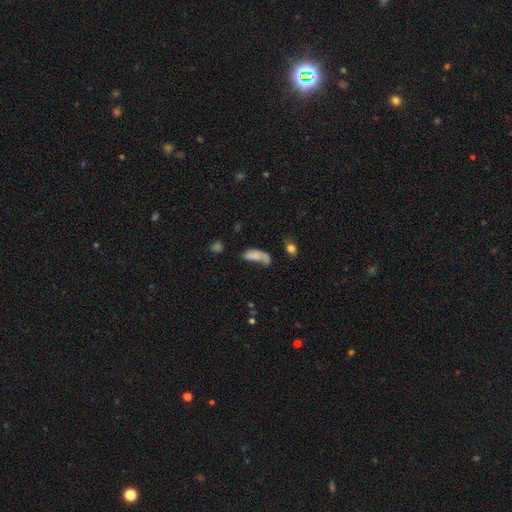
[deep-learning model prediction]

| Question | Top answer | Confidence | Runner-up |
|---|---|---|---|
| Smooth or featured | smooth | 65% | featured or disk (22%) |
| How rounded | in between | 74% | cigar-shaped (21%) |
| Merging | major disturbance | 31% | none (28%) |